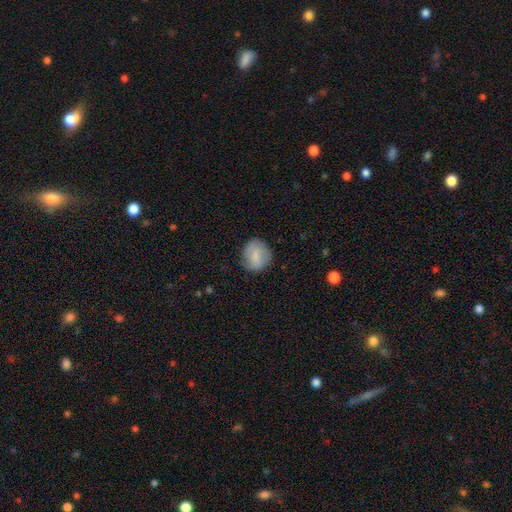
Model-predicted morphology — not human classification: This is likely a smooth galaxy (79%). How rounded: likely round (77%). Merging: likely none (79%).